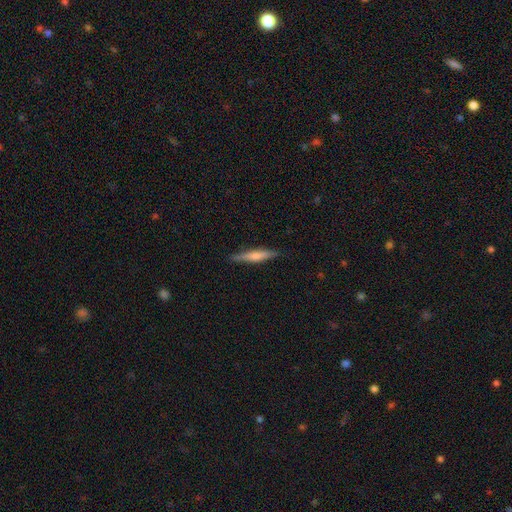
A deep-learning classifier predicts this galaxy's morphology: type=smooth (55%); roundness=cigar-shaped (91%); merging=none (87%).